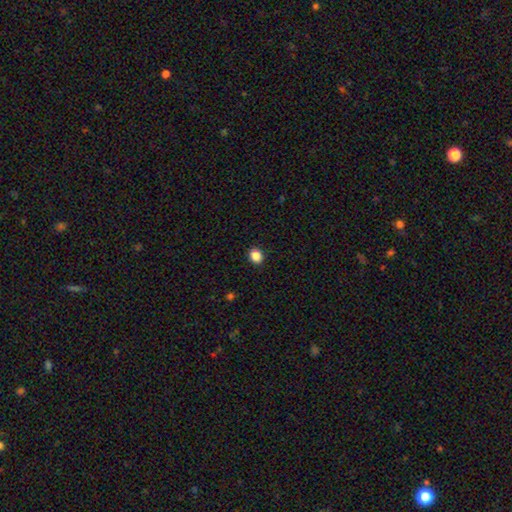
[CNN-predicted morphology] smooth 87%, star or artifact 10%, featured or disk 3%. Down the decision tree: how rounded — round (59%); merging — none (91%).